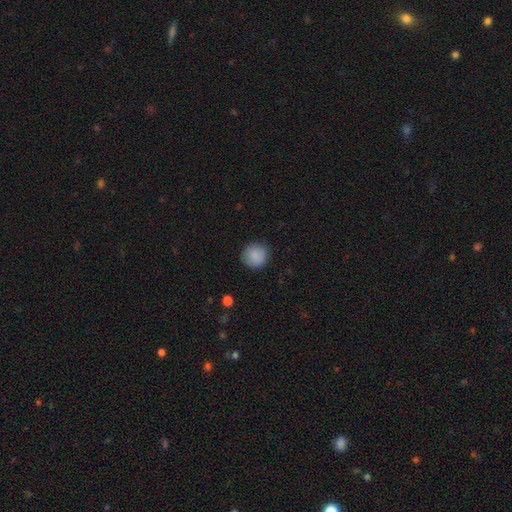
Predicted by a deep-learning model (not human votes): Q: Smooth or featured?
A: smooth (88%); runner-up: star or artifact (8%)
Q: How rounded?
A: round (93%); runner-up: in between (6%)
Q: Merging?
A: none (89%); runner-up: minor disturbance (8%)